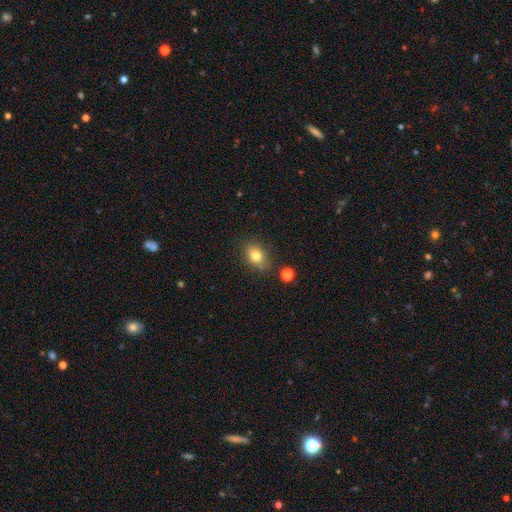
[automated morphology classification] smooth_or_featured: smooth (p=0.79) [alt: star or artifact p=0.12]
how_rounded: in between (p=0.60) [alt: round p=0.39]
merging: none (p=0.78) [alt: minor disturbance p=0.14]